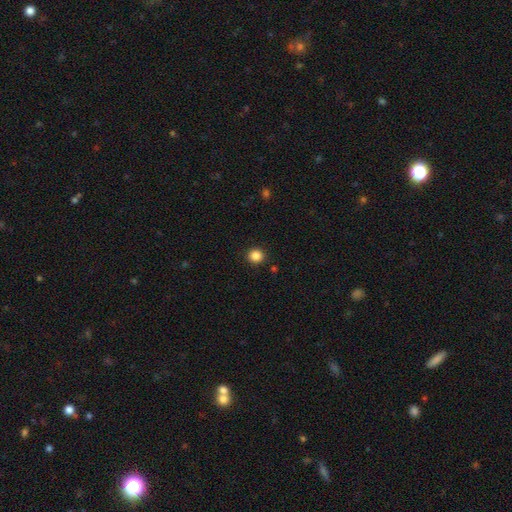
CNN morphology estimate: smooth 86%, star or artifact 11%, featured or disk 3%. Down the decision tree: how rounded — round (90%); merging — none (92%).